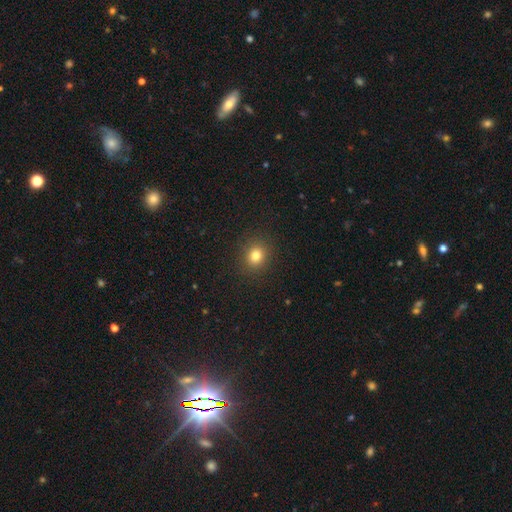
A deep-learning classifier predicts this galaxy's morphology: Smooth or featured?
  - smooth: 80% *
  - star or artifact: 13%
  - featured or disk: 7%
How rounded?
  - round: 78% *
  - in between: 21%
  - cigar-shaped: 1%
Merging?
  - none: 90% *
  - minor disturbance: 6%
  - major disturbance: 2%
  - merger: 1%